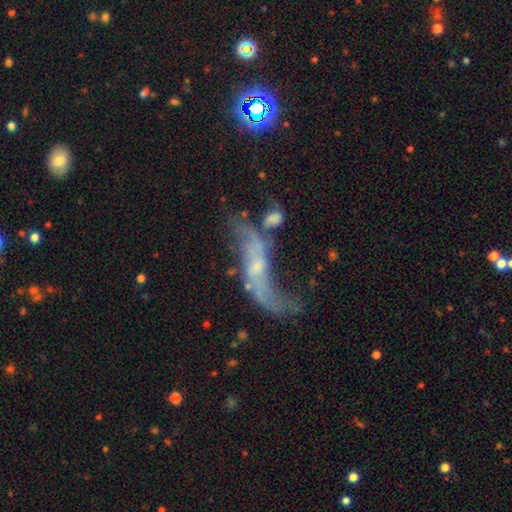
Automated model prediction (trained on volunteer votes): A featured or disk galaxy (71%) with no bar (58%), spiral arms (69%) and a small central bulge (52%).

Vote fractions:
- Smooth or featured? featured or disk: 71% / smooth: 20% / star or artifact: 9%
- Edge-on disk? no: 82% / yes: 18%
- Bar? no: 58% / weak: 31% / strong: 11%
- Spiral arms? yes: 69% / no: 31%
- Bulge size? small: 52% / moderate: 28% / none: 16% / large: 3% / dominant: 2%
- Merging? merger: 33% / major disturbance: 28% / none: 24% / minor disturbance: 15%